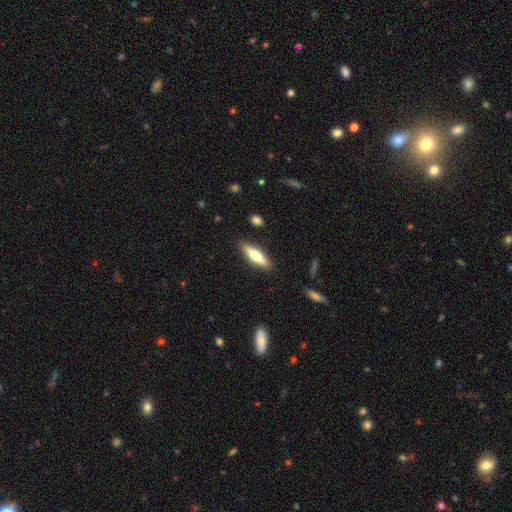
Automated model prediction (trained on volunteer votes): A smooth galaxy with no disk features (56%) that is cigar-shaped (69%).

Vote fractions:
- Smooth or featured? smooth: 56% / featured or disk: 38% / star or artifact: 6%
- How rounded? cigar-shaped: 69% / in between: 30% / round: 2%
- Merging? none: 88% / minor disturbance: 9% / major disturbance: 2% / merger: 1%